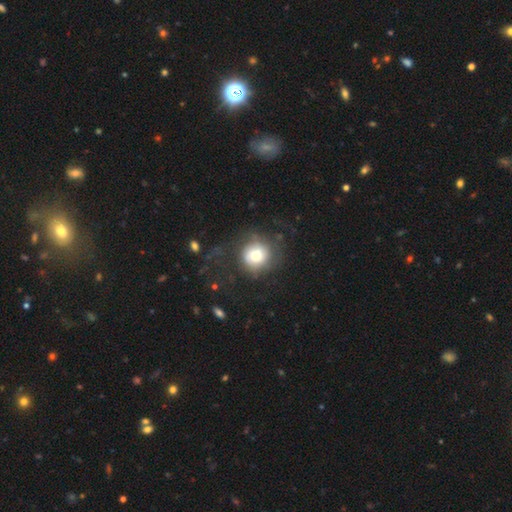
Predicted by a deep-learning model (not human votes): Q: Smooth or featured?
A: smooth (65%); runner-up: featured or disk (25%)
Q: How rounded?
A: round (89%); runner-up: in between (10%)
Q: Merging?
A: none (58%); runner-up: major disturbance (22%)